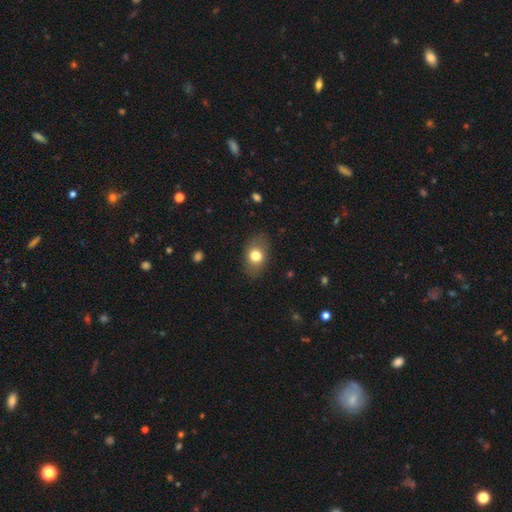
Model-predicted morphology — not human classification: This appears to be a smooth galaxy with no disk features (76%) that is in between round and cigar-shaped (74%). Merging: none (83%).